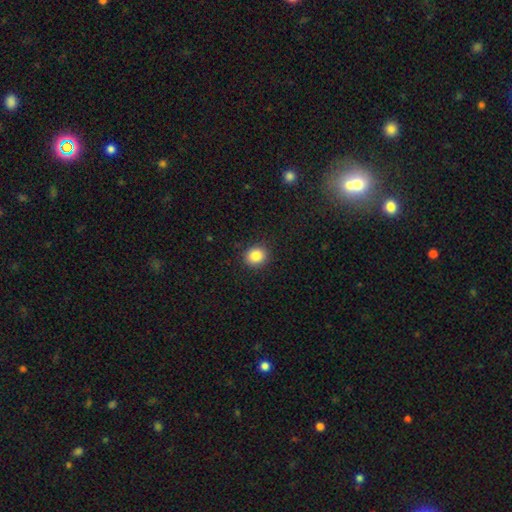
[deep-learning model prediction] smooth-or-featured: smooth: 86% | star or artifact: 10% | featured or disk: 4%
  how-rounded: round: 77% | in between: 22% | cigar-shaped: 1%
  merging: none: 89% | minor disturbance: 7% | major disturbance: 2% | merger: 1%